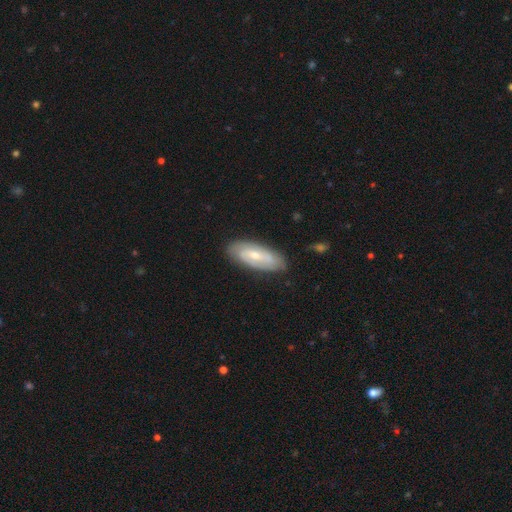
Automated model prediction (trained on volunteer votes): smooth_or_featured: featured or disk (p=0.59) [alt: smooth p=0.35]
disk_edge_on: no (p=0.87) [alt: yes p=0.13]
bar: weak (p=0.44) [alt: no p=0.35]
has_spiral_arms: yes (p=0.72) [alt: no p=0.28]
bulge_size: small (p=0.50) [alt: moderate p=0.45]
merging: none (p=0.83) [alt: minor disturbance p=0.13]